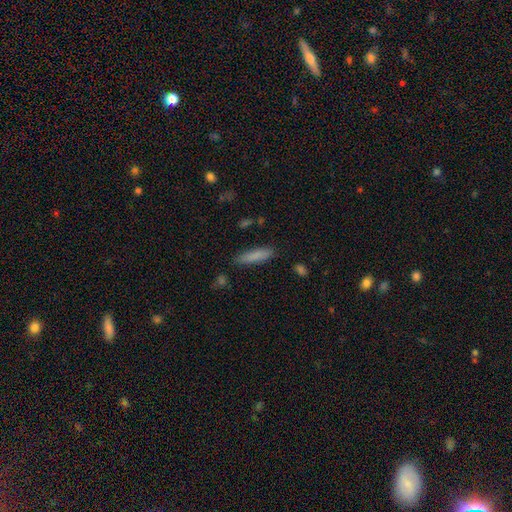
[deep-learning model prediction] Smooth or featured: smooth — 84% (featured or disk — 9%)
How rounded: cigar-shaped — 76% (in between — 23%)
Merging: none — 85% (minor disturbance — 11%)